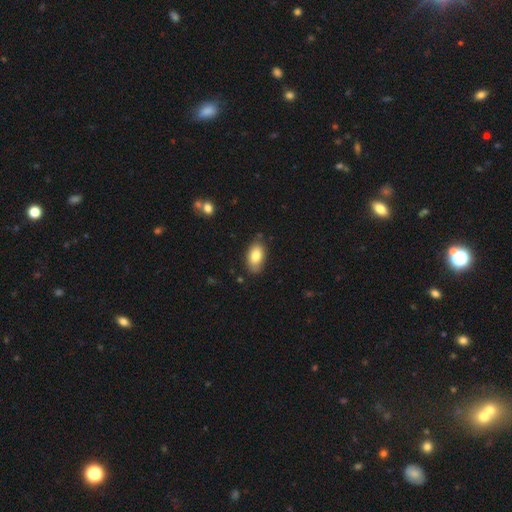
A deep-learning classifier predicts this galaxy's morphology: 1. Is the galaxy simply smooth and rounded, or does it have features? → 83% smooth, 11% featured or disk, 7% star or artifact.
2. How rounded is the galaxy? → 93% in between, 5% round, 2% cigar-shaped.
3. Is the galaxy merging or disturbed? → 80% none, 15% minor disturbance, 3% major disturbance, 2% merger.